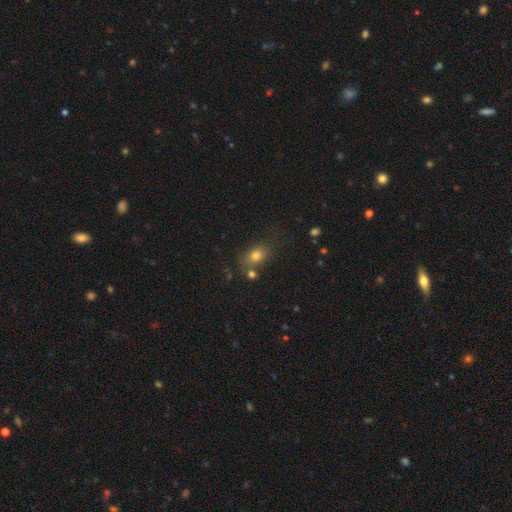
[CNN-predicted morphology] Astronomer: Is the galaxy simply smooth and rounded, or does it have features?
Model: smooth — 76%.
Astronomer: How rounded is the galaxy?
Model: in between — 69%.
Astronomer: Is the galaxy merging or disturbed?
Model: none — 66%.